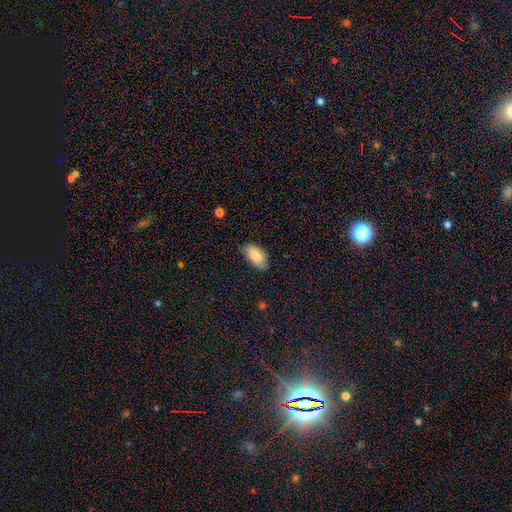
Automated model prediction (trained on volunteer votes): Smooth or featured? smooth (81%)
How rounded? in between (94%)
Merging? none (77%)